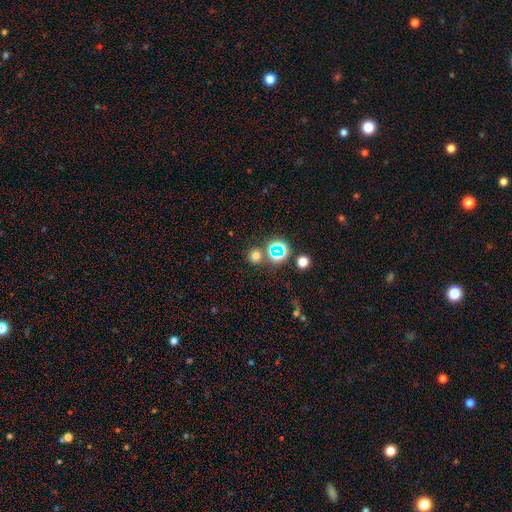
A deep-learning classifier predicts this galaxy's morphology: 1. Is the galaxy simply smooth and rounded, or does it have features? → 66% smooth, 27% star or artifact, 7% featured or disk.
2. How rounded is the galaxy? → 91% round, 8% in between, 1% cigar-shaped.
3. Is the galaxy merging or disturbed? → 79% none, 10% merger, 7% minor disturbance, 3% major disturbance.